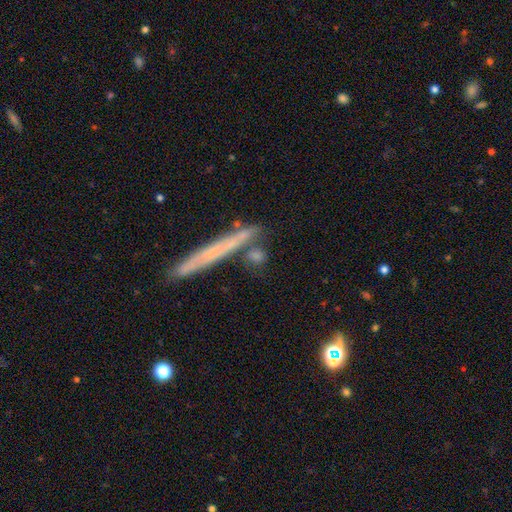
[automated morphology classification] The model was most divided on "smooth or featured": smooth: 62%, featured or disk: 28%, star or artifact: 10%. More confident: merging — none (70%); how rounded — cigar-shaped (65%).